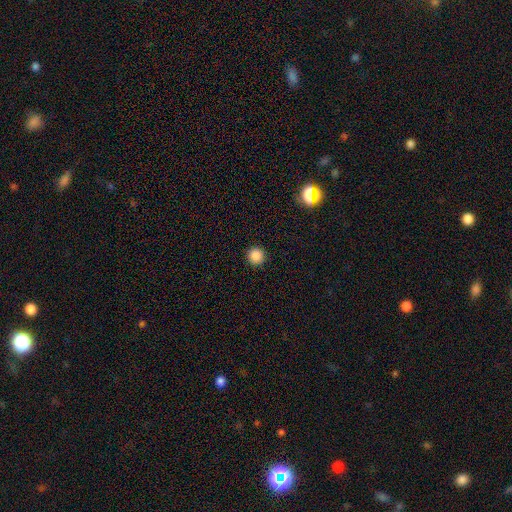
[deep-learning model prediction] smooth 86%, star or artifact 11%, featured or disk 3%. Down the decision tree: how rounded — round (96%); merging — none (93%).